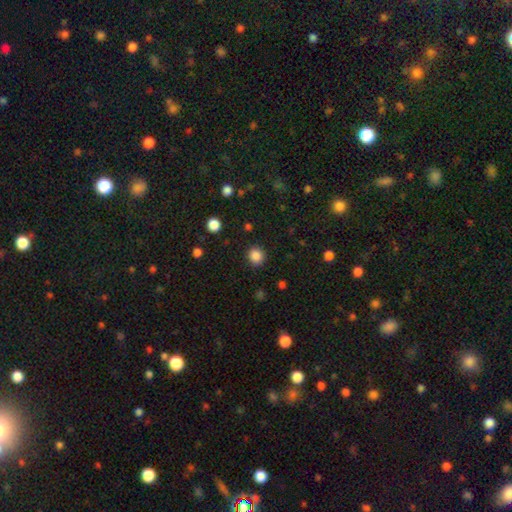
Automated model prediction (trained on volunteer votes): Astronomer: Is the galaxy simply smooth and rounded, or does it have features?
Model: smooth — 86%.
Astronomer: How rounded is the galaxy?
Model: round — 85%.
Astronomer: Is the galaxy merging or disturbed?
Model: none — 89%.